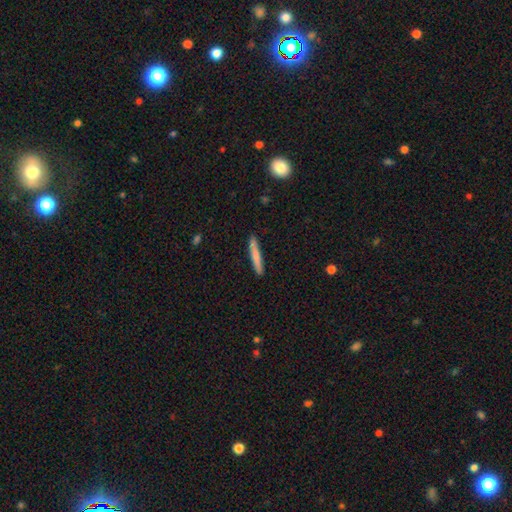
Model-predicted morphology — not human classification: This appears to be a smooth galaxy with no disk features (74%) that is cigar-shaped (95%). Merging: none (88%).